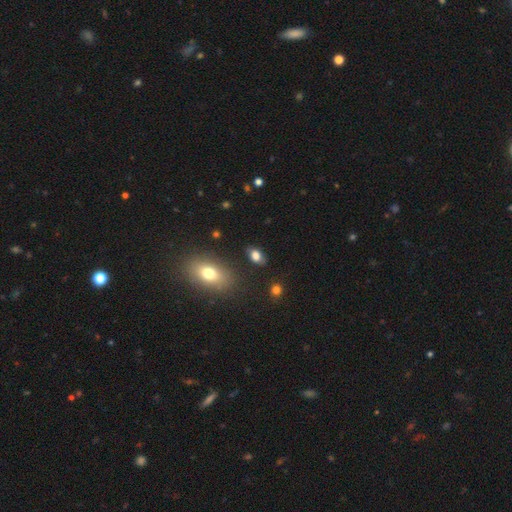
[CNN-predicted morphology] Smooth or featured: smooth — 78% (star or artifact — 11%)
How rounded: in between — 86% (round — 11%)
Merging: none — 80% (minor disturbance — 13%)